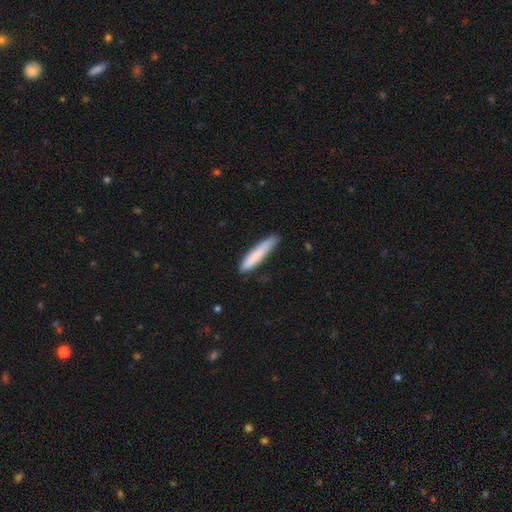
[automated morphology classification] This is clearly a smooth galaxy (81%). How rounded: clearly cigar-shaped (91%). Merging: likely none (78%).